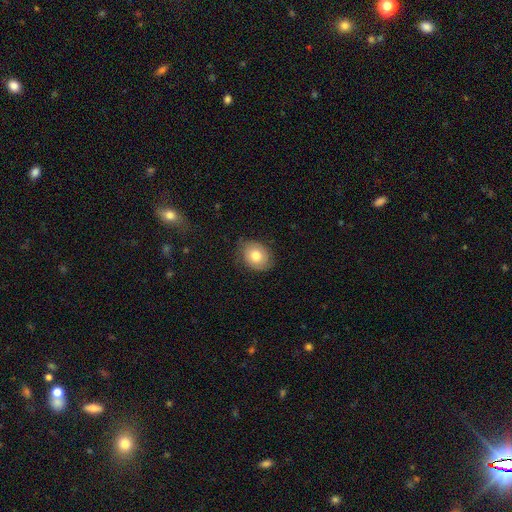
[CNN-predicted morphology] This appears to be a smooth galaxy with no disk features (73%) that is in between round and cigar-shaped (57%). Merging: none (77%).